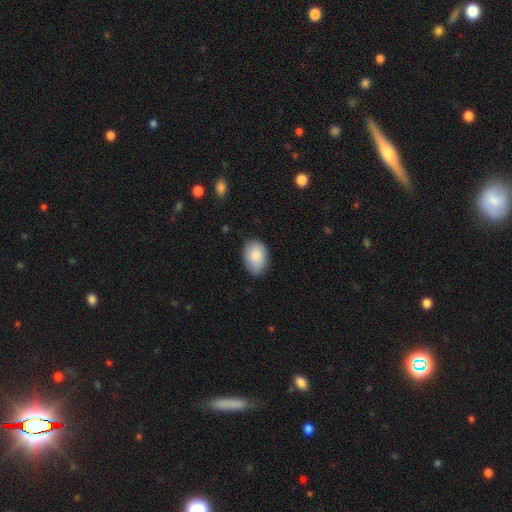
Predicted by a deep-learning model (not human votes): smooth_or_featured: smooth (p=0.86) [alt: featured or disk p=0.08]
how_rounded: in between (p=0.85) [alt: round p=0.14]
merging: none (p=0.81) [alt: minor disturbance p=0.15]